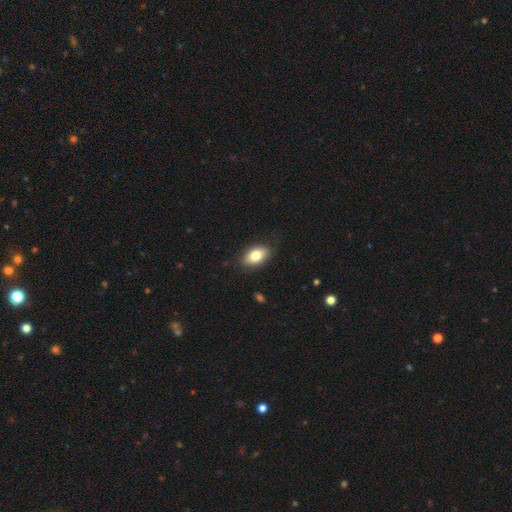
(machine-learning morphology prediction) This is likely a smooth galaxy (79%). How rounded: clearly in between (89%). Merging: clearly none (85%).